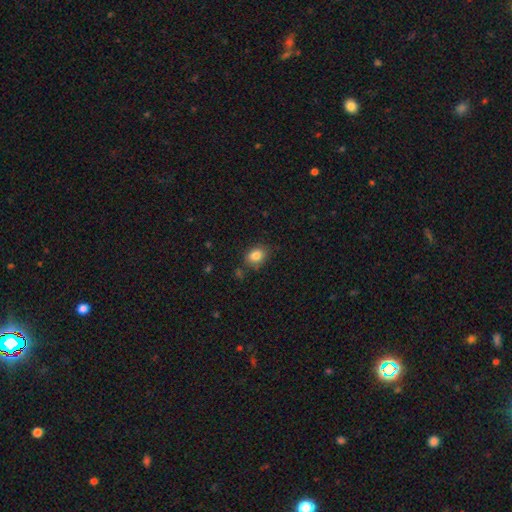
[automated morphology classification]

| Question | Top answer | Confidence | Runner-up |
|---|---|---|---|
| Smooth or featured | smooth | 84% | star or artifact (10%) |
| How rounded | in between | 68% | round (31%) |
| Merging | none | 77% | minor disturbance (15%) |